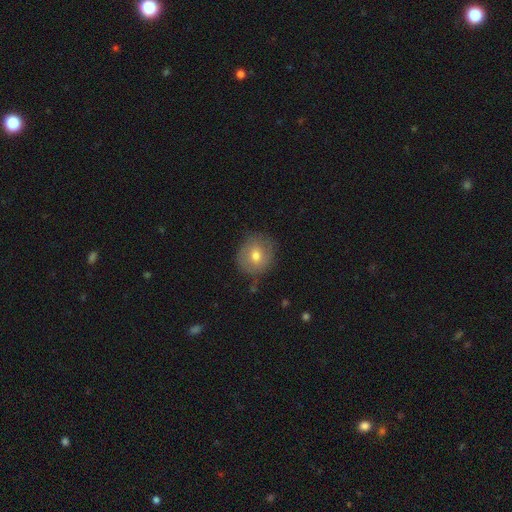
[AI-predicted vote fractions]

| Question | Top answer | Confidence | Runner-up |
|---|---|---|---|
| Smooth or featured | smooth | 65% | featured or disk (27%) |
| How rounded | round | 81% | in between (18%) |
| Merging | none | 77% | minor disturbance (17%) |